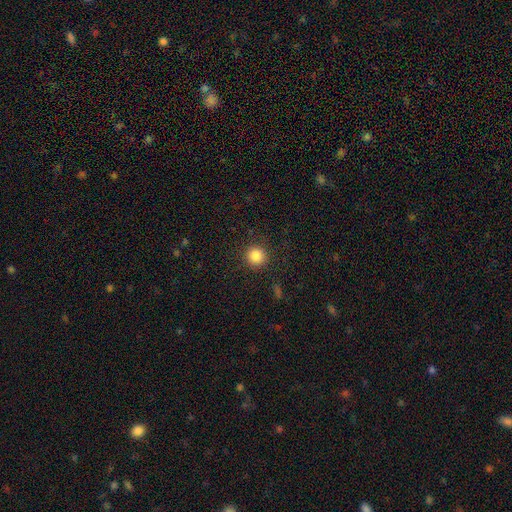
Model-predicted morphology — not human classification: Smooth or featured?
  - smooth: 85% *
  - star or artifact: 11%
  - featured or disk: 4%
How rounded?
  - round: 94% *
  - in between: 5%
  - cigar-shaped: 1%
Merging?
  - none: 90% *
  - minor disturbance: 6%
  - major disturbance: 2%
  - merger: 1%